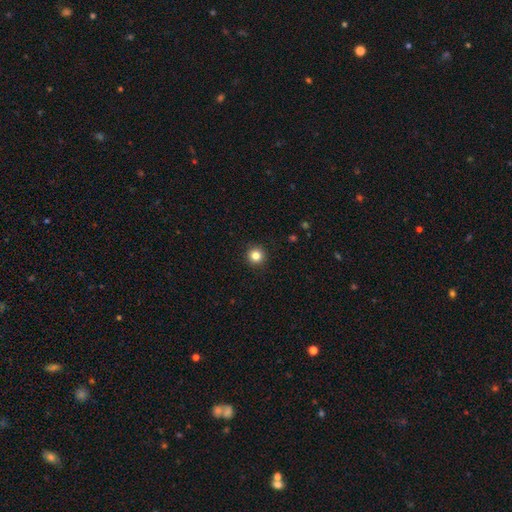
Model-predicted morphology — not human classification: A smooth galaxy with no disk features (83%) that is round (96%).

Vote fractions:
- Smooth or featured? smooth: 83% / star or artifact: 12% / featured or disk: 5%
- How rounded? round: 96% / in between: 3% / cigar-shaped: 1%
- Merging? none: 93% / minor disturbance: 4% / major disturbance: 2% / merger: 1%